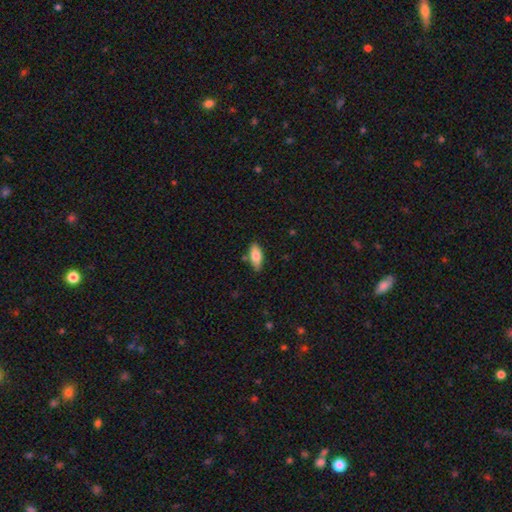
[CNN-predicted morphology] Smooth or featured? smooth (77%)
How rounded? in between (83%)
Merging? none (78%)